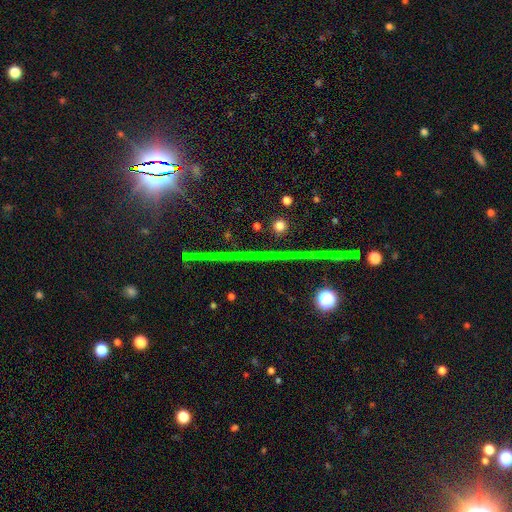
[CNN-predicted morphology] The model was most divided on "smooth or featured": star or artifact: 81%, featured or disk: 12%, smooth: 8%.